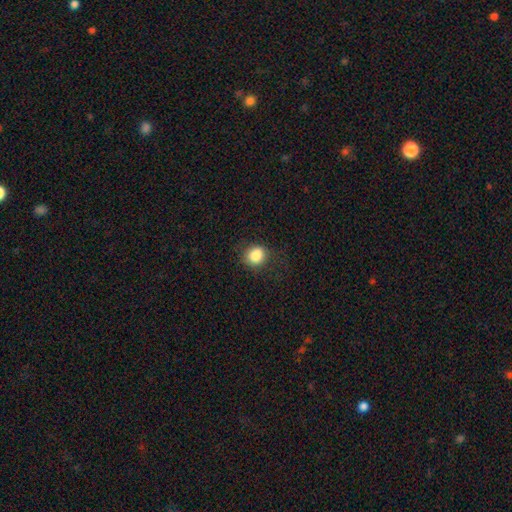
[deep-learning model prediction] A smooth galaxy with no disk features (85%) that is round (77%).

Vote fractions:
- Smooth or featured? smooth: 85% / star or artifact: 10% / featured or disk: 5%
- How rounded? round: 77% / in between: 22% / cigar-shaped: 1%
- Merging? none: 80% / minor disturbance: 14% / major disturbance: 5% / merger: 1%